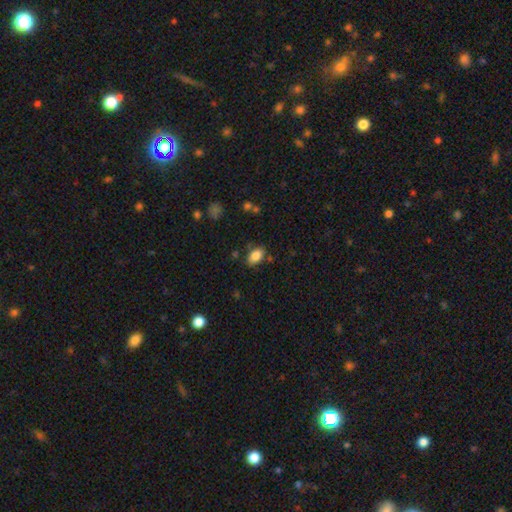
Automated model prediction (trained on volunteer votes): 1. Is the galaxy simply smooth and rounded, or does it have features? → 85% smooth, 8% star or artifact, 7% featured or disk.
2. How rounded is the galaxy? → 90% in between, 8% round, 2% cigar-shaped.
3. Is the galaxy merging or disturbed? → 79% none, 14% minor disturbance, 4% merger, 3% major disturbance.